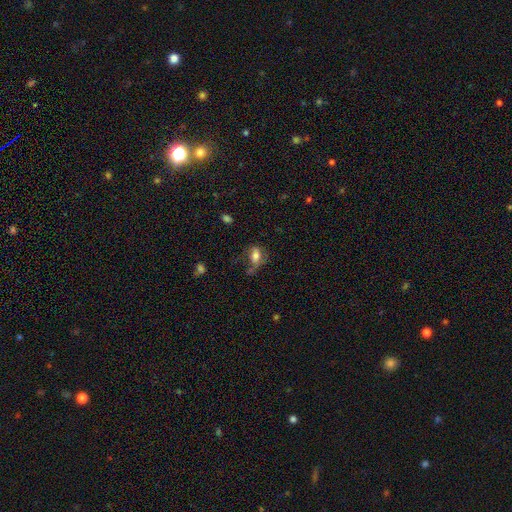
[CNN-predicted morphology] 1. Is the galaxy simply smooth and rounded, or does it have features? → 63% smooth, 26% featured or disk, 10% star or artifact.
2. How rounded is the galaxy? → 80% in between, 15% round, 5% cigar-shaped.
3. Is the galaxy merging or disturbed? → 41% none, 27% major disturbance, 27% minor disturbance, 6% merger.